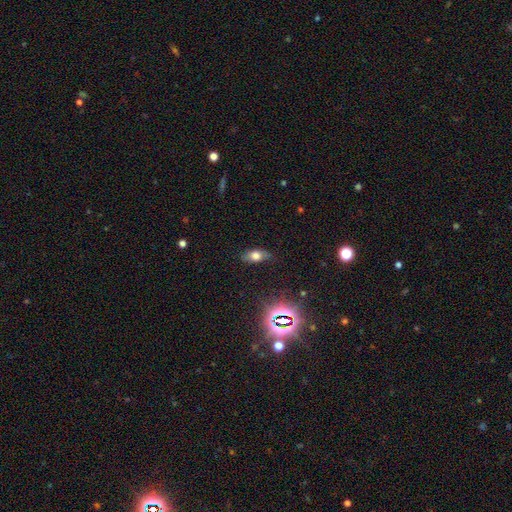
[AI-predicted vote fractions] smooth_or_featured: smooth (p=0.64) [alt: featured or disk p=0.19]
how_rounded: in between (p=0.83) [alt: round p=0.09]
merging: none (p=0.77) [alt: minor disturbance p=0.17]